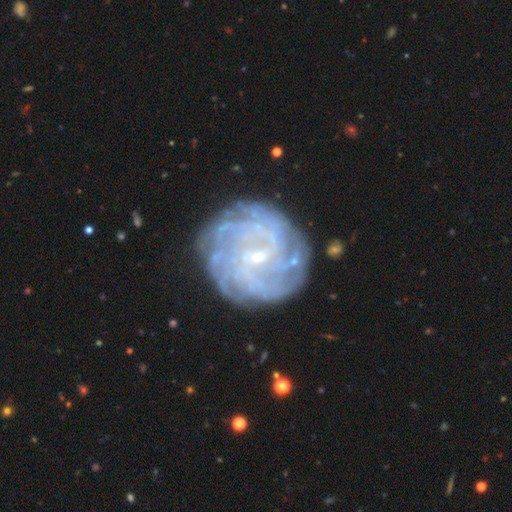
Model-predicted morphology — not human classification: Smooth or featured: featured or disk — 84% (smooth — 9%)
Edge-on disk: no — 98% (yes — 2%)
Bar: weak — 49% (no — 36%)
Spiral arms: yes — 93% (no — 7%)
Spiral winding: tight — 73% (medium — 21%)
Spiral arm count: can't tell — 35% (more than 4 — 20%)
Bulge size: small — 85% (moderate — 10%)
Merging: none — 82% (minor disturbance — 12%)